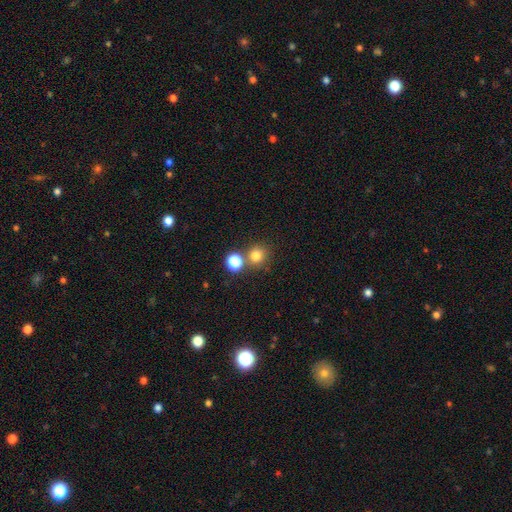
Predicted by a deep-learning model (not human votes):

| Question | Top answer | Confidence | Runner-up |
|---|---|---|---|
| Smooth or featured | smooth | 77% | star or artifact (16%) |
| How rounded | round | 88% | in between (11%) |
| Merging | none | 68% | merger (20%) |